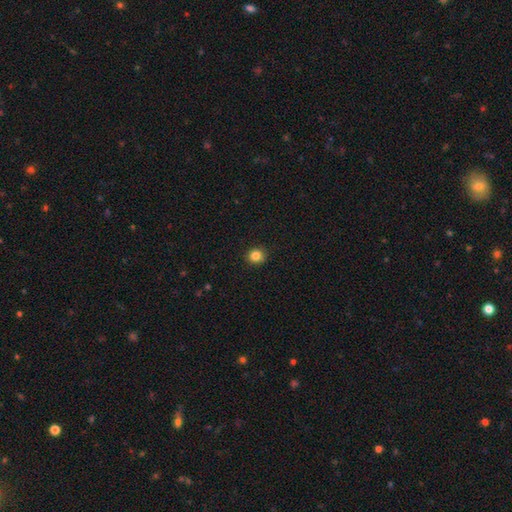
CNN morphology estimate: Q: Smooth or featured?
A: smooth (85%); runner-up: star or artifact (11%)
Q: How rounded?
A: round (89%); runner-up: in between (10%)
Q: Merging?
A: none (90%); runner-up: minor disturbance (7%)